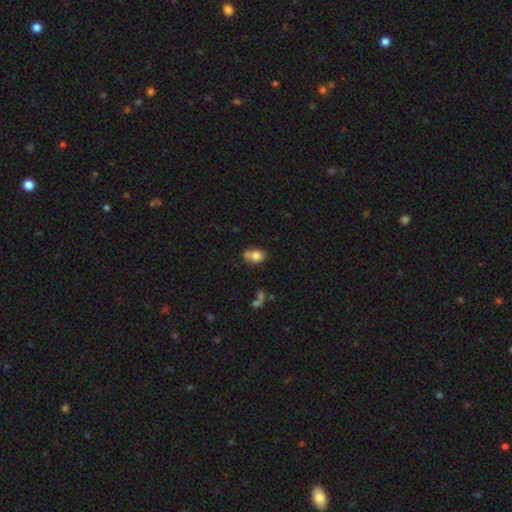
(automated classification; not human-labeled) smooth_or_featured: smooth (p=0.78) [alt: featured or disk p=0.12]
how_rounded: in between (p=0.57) [alt: round p=0.42]
merging: none (p=0.45) [alt: merger p=0.27]